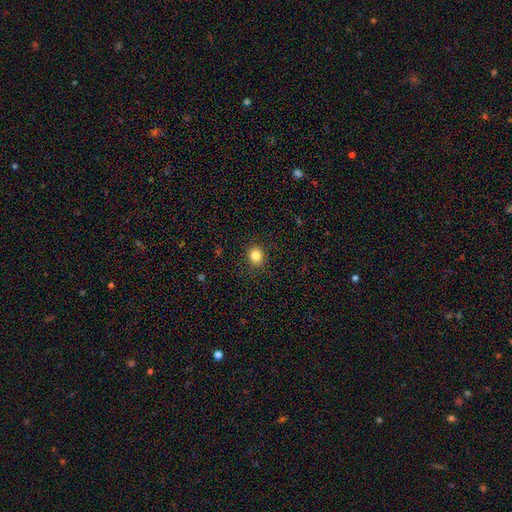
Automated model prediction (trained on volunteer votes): A smooth galaxy with no disk features (84%) that is round (78%).

Vote fractions:
- Smooth or featured? smooth: 84% / star or artifact: 12% / featured or disk: 5%
- How rounded? round: 78% / in between: 21% / cigar-shaped: 1%
- Merging? none: 88% / minor disturbance: 8% / major disturbance: 3% / merger: 1%